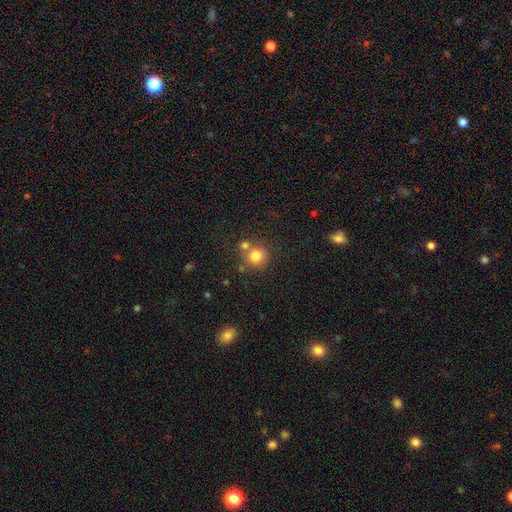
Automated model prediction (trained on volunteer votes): A smooth galaxy with no disk features (79%) that is round (89%). Merging: none (61%).